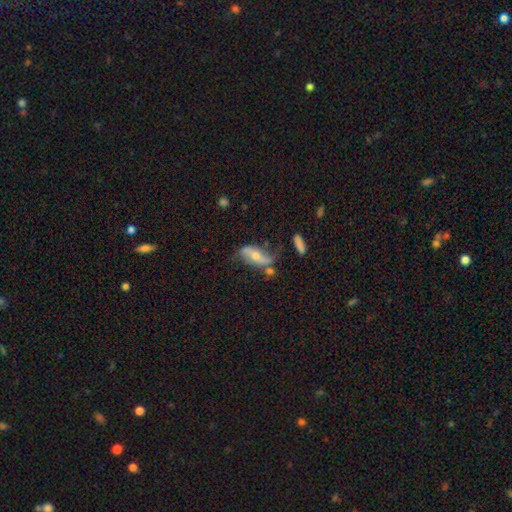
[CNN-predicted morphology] Overall: featured or disk (62%; smooth 30%). Edge-on disk: no (83%). Bar: no (52%; weak 27%). Spiral arms: yes (80%). Bulge size: moderate (50%; small 42%). Merging: none (50%; minor disturbance 24%).